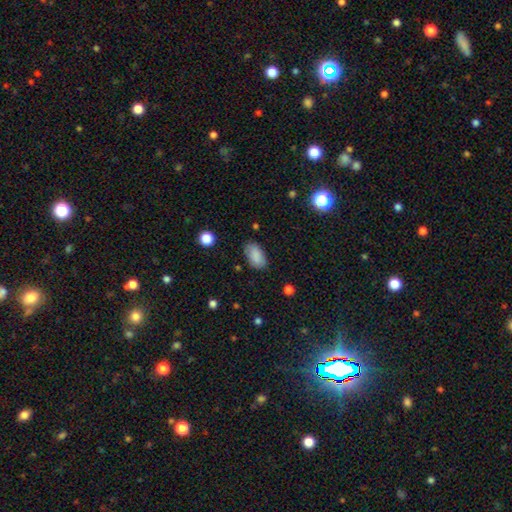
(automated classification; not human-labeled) Smooth or featured? Predicted: smooth (p=0.87). How rounded? Predicted: in between (p=0.94). Merging? Predicted: none (p=0.80).